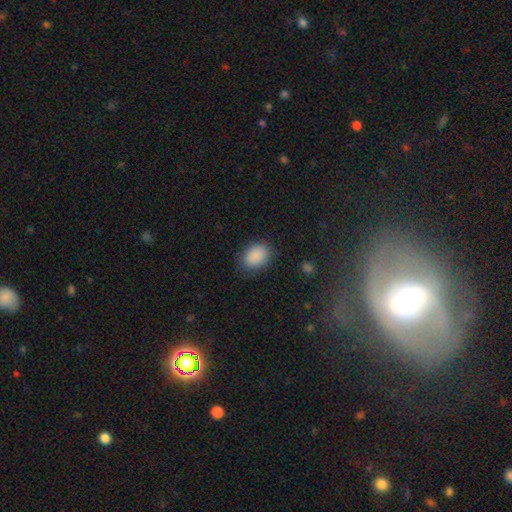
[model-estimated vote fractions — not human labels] smooth 89%, star or artifact 8%, featured or disk 3%. Down the decision tree: how rounded — in between (74%); merging — none (81%).